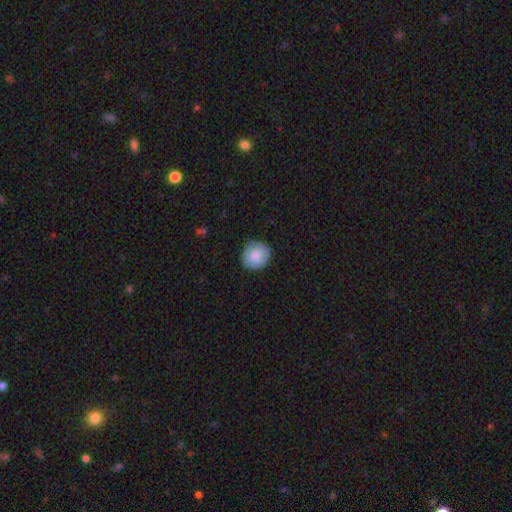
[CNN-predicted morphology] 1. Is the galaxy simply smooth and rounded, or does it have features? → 83% smooth, 10% featured or disk, 6% star or artifact.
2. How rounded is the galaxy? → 86% round, 13% in between, 1% cigar-shaped.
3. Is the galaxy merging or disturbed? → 86% none, 11% minor disturbance, 2% major disturbance, 1% merger.